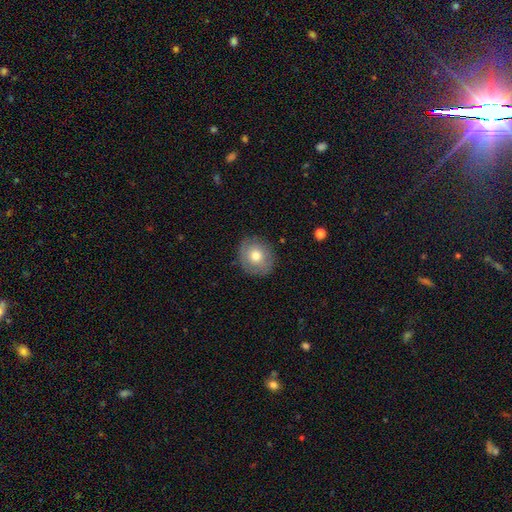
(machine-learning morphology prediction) A smooth galaxy with no disk features (69%) that is round (77%). Merging: none (84%).